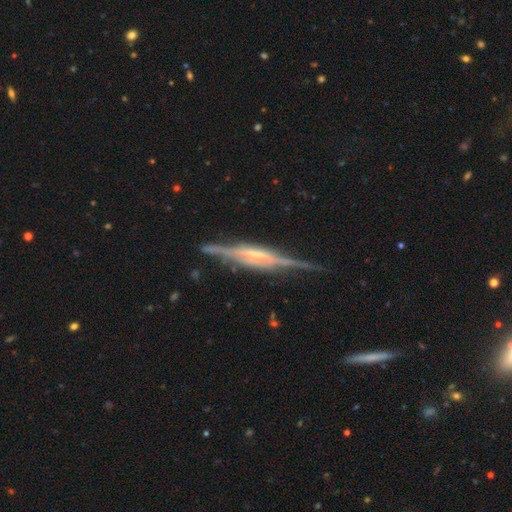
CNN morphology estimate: Smooth or featured: featured or disk — 85% (smooth — 9%)
Edge-on disk: yes — 96% (no — 4%)
Edge-on bulge: boxy — 52% (rounded — 31%)
Merging: none — 78% (minor disturbance — 16%)